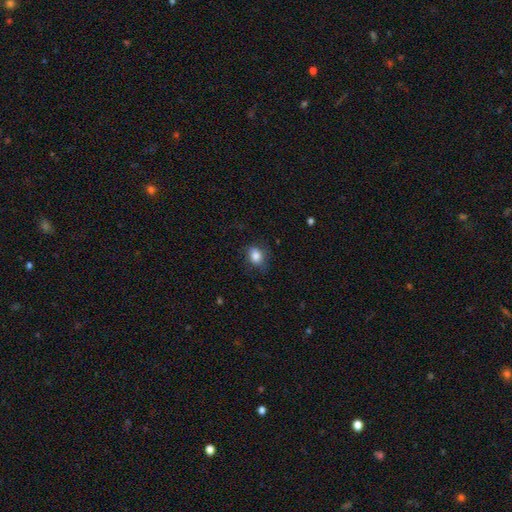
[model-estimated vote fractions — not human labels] This appears to be a smooth galaxy with no disk features (84%) that is in between round and cigar-shaped (68%). Merging: none (71%).